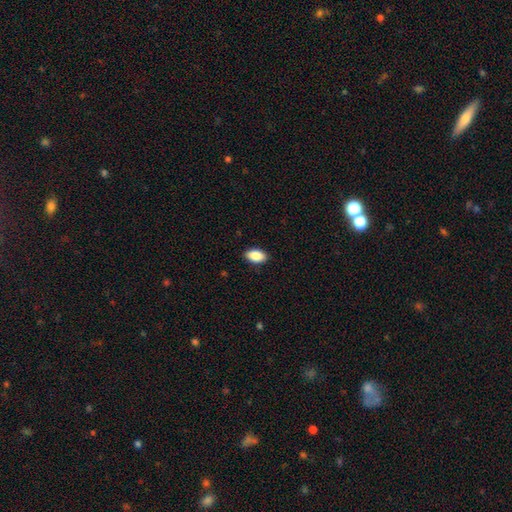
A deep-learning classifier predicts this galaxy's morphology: This is clearly a smooth galaxy (89%). How rounded: clearly in between (92%). Merging: clearly none (88%).